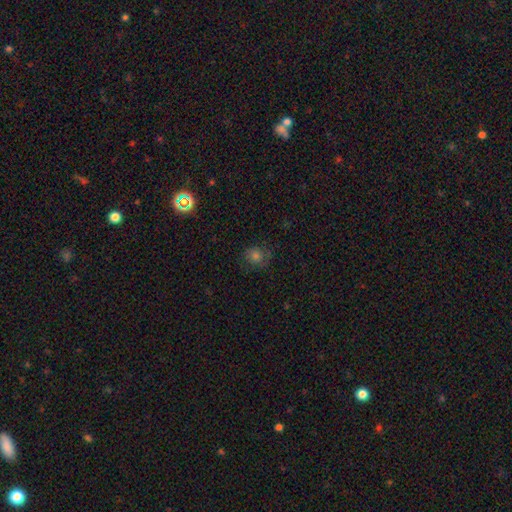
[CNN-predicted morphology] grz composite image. It shows a smooth galaxy with no disk features (64%) that is round (81%). Merging: none (76%).